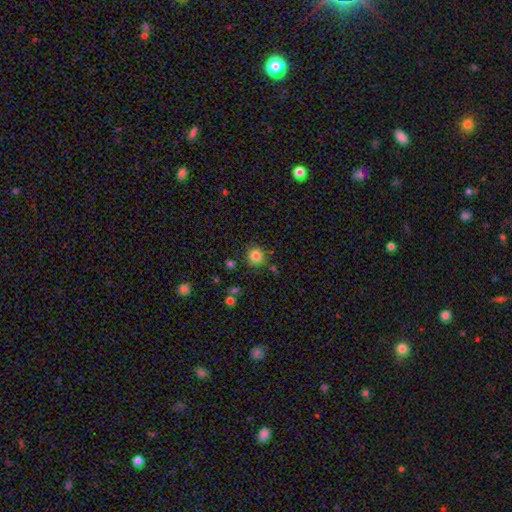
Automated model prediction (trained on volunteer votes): smooth_or_featured: smooth (p=0.82) [alt: star or artifact p=0.11]
how_rounded: round (p=0.89) [alt: in between p=0.10]
merging: none (p=0.81) [alt: minor disturbance p=0.12]